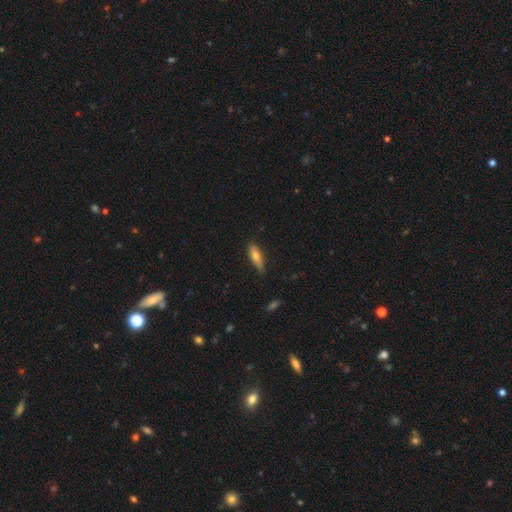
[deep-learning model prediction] smooth 71%, featured or disk 23%, star or artifact 7%. Down the decision tree: how rounded — cigar-shaped (52%); merging — none (77%).